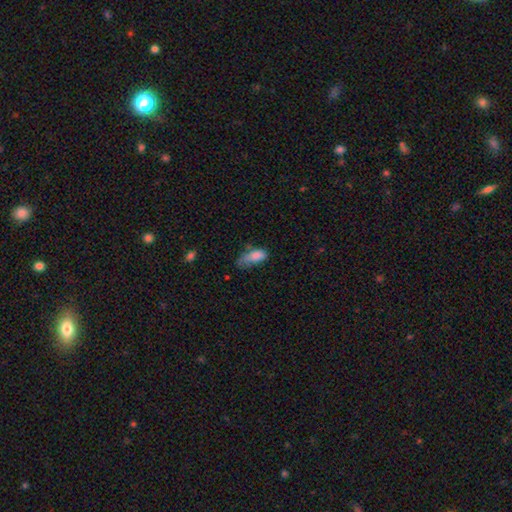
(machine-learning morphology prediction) Overall: smooth (80%). How rounded: in between (85%). Merging: minor disturbance (39%; none 29%).